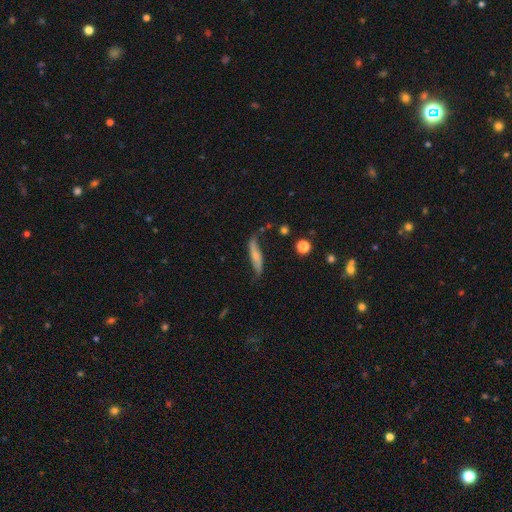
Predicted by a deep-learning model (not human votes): A featured or disk galaxy (52%).

Vote fractions:
- Smooth or featured? featured or disk: 52% / smooth: 41% / star or artifact: 7%
- Edge-on disk? no: 55% / yes: 45%
- Merging? none: 59% / minor disturbance: 28% / major disturbance: 9% / merger: 4%